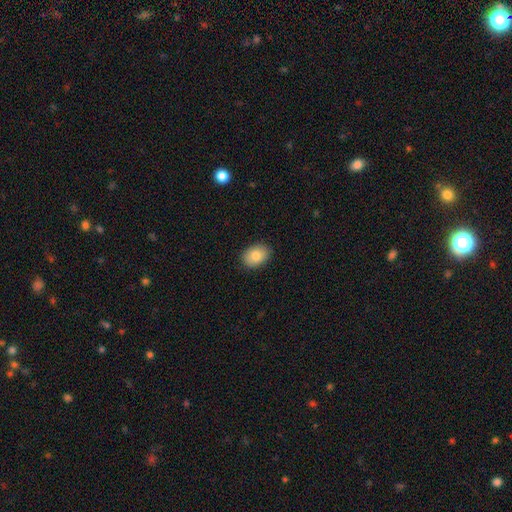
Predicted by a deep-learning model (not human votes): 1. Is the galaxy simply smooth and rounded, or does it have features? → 85% smooth, 8% featured or disk, 7% star or artifact.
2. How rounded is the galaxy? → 79% in between, 20% round, 1% cigar-shaped.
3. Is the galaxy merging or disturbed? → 89% none, 8% minor disturbance, 2% major disturbance, 1% merger.